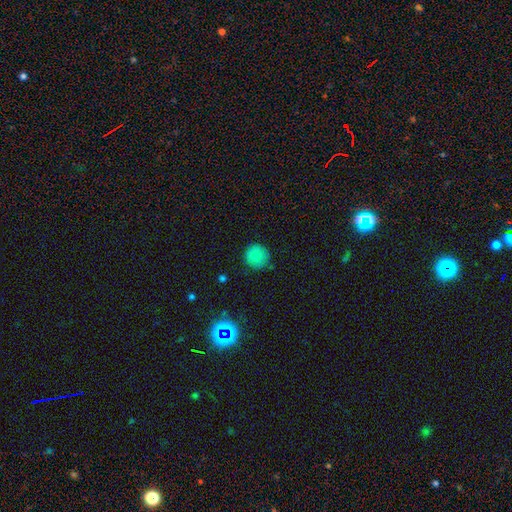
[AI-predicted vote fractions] This is clearly a smooth galaxy (83%). How rounded: clearly round (93%). Merging: clearly none (83%).